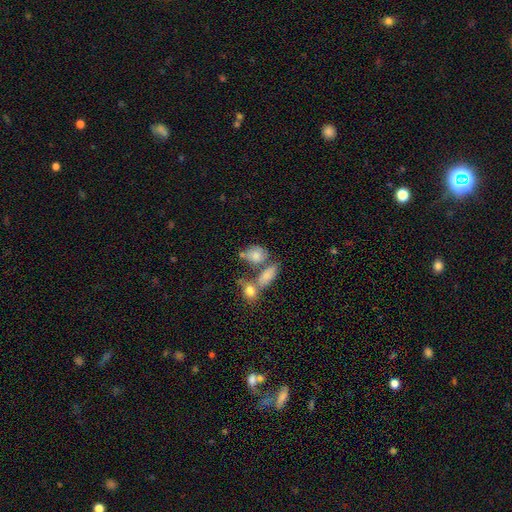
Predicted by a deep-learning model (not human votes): Overall: smooth (68%). How rounded: in between (67%; round 29%). Merging: merger (38%, tied with none).